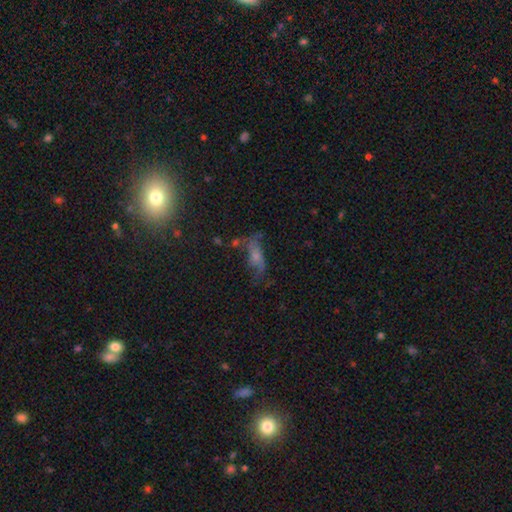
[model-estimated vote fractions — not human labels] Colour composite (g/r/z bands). It shows a smooth galaxy with no disk features (41%). Merging: none (40%).